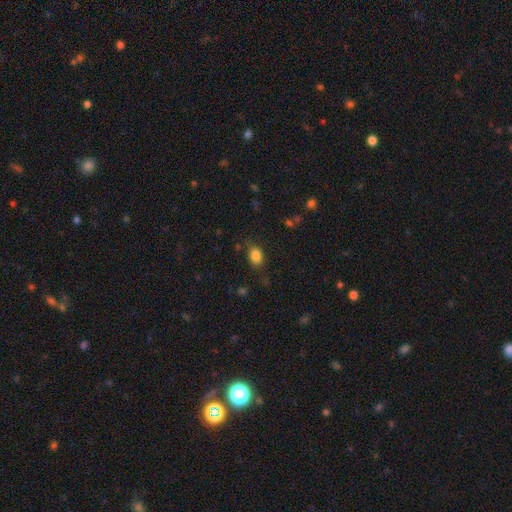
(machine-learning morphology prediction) Smooth or featured? smooth (84%)
How rounded? in between (78%)
Merging? none (78%)